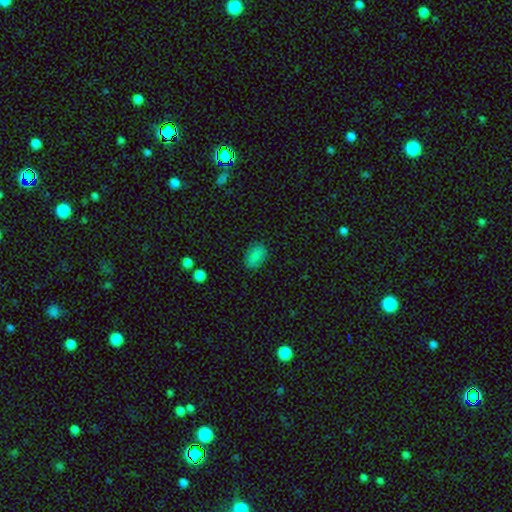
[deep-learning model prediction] A smooth galaxy with no disk features (85%) that is in between round and cigar-shaped (87%). Merging: none (85%).